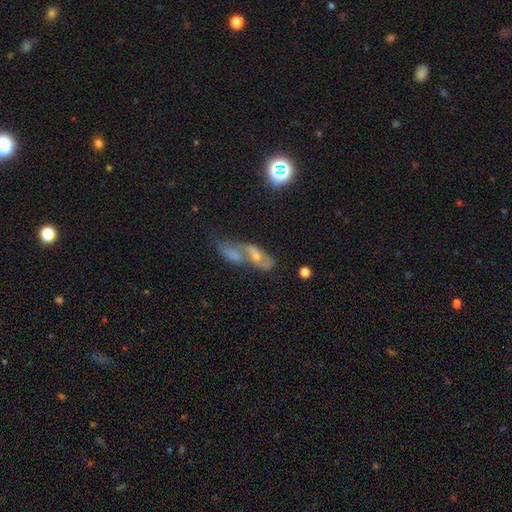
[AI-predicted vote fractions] Smooth or featured: featured or disk — 50% (smooth — 31%)
Merging: merger — 51% (none — 28%)